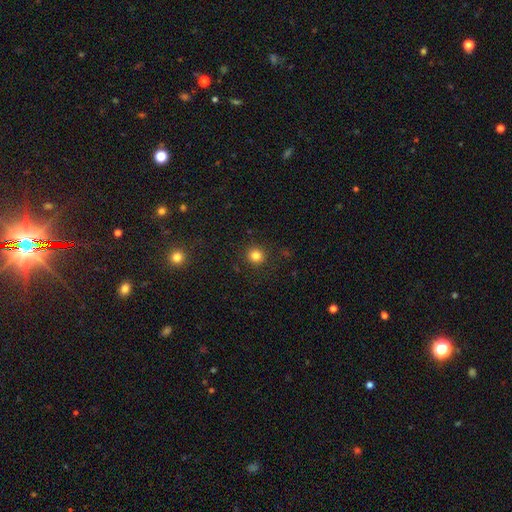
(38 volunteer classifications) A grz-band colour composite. It shows a smooth galaxy with no disk features (92%) that is round (97%). Merging: none (94%).